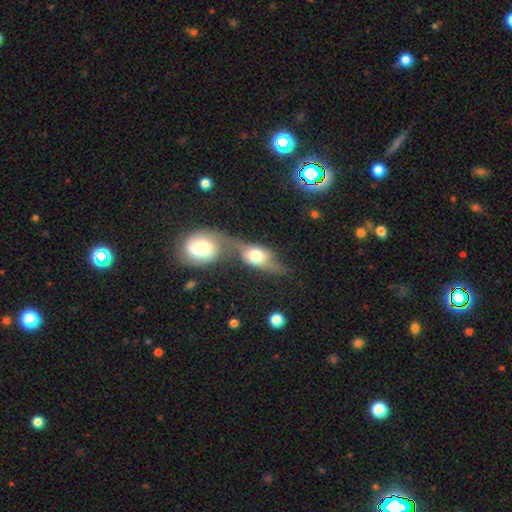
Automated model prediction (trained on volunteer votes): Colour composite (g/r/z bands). It shows a smooth galaxy with no disk features (48%). Merging: merger (64%).